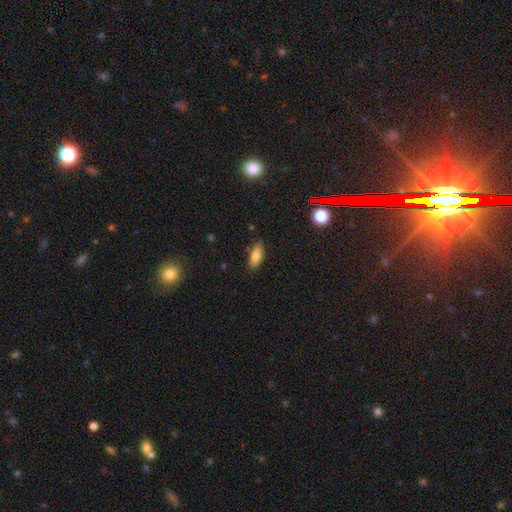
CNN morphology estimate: Smooth or featured? Predicted: smooth (p=0.81). How rounded? Predicted: in between (p=0.75). Merging? Predicted: none (p=0.82).